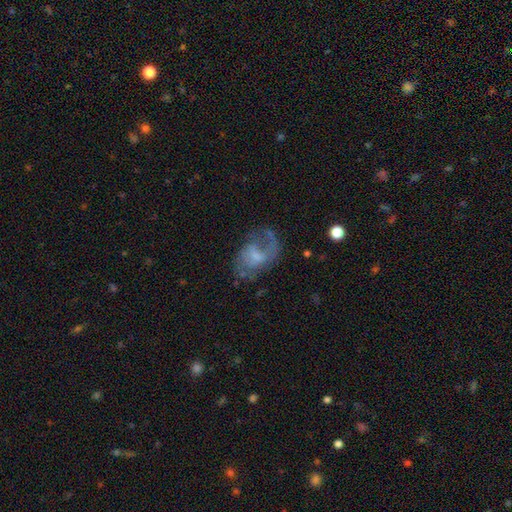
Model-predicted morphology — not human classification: Smooth or featured? Predicted: featured or disk (p=0.69). Edge-on disk? Predicted: no (p=0.97). Bar? Predicted: weak (p=0.47). Spiral arms? Predicted: yes (p=0.80). Spiral winding? Predicted: loose (p=0.46). Spiral arm count? Predicted: 2 (p=0.43). Bulge size? Predicted: small (p=0.38). Merging? Predicted: none (p=0.47).